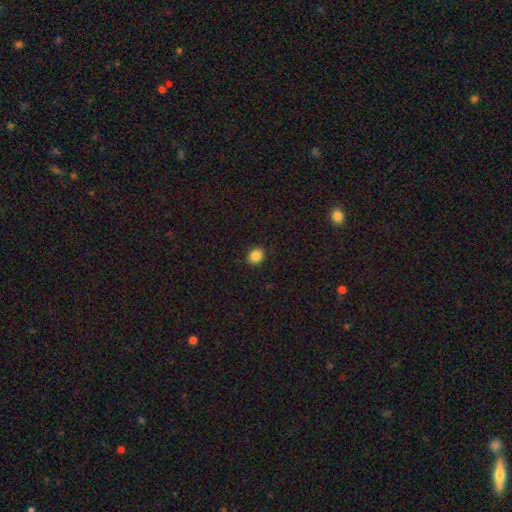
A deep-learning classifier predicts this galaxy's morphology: A smooth galaxy with no disk features (86%) that is round (62%).

Vote fractions:
- Smooth or featured? smooth: 86% / star or artifact: 10% / featured or disk: 4%
- How rounded? round: 62% / in between: 37% / cigar-shaped: 1%
- Merging? none: 89% / minor disturbance: 9% / major disturbance: 2% / merger: 1%